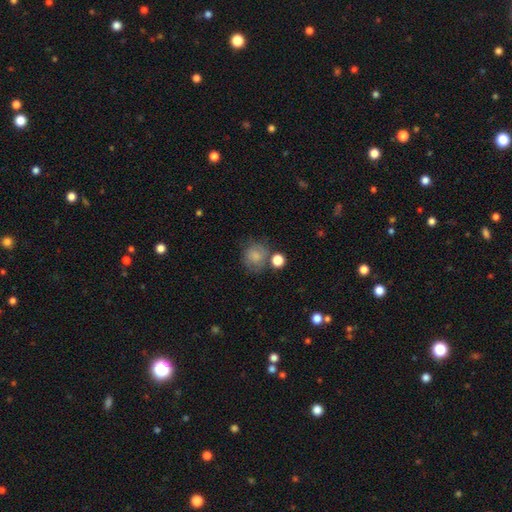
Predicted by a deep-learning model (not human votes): smooth-or-featured: smooth: 77% | featured or disk: 13% | star or artifact: 10%
  how-rounded: round: 80% | in between: 19% | cigar-shaped: 1%
  merging: none: 59% | minor disturbance: 19% | merger: 13% | major disturbance: 9%